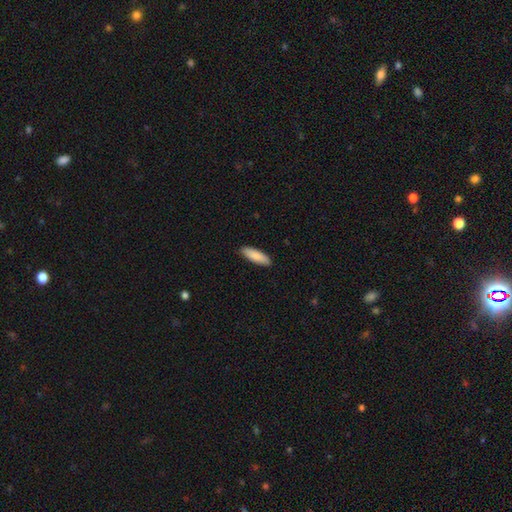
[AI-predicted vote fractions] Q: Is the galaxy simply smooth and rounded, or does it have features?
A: smooth — 88%.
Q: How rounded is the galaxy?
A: in between — 50%.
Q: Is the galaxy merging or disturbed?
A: none — 89%.